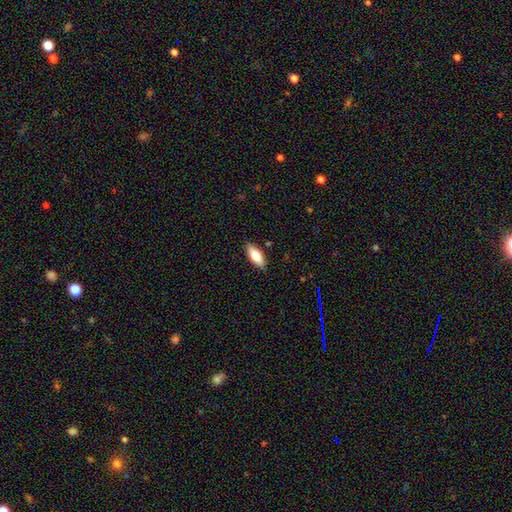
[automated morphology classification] smooth_or_featured: smooth (p=0.74) [alt: featured or disk p=0.20]
how_rounded: in between (p=0.79) [alt: cigar-shaped p=0.19]
merging: none (p=0.88) [alt: minor disturbance p=0.09]